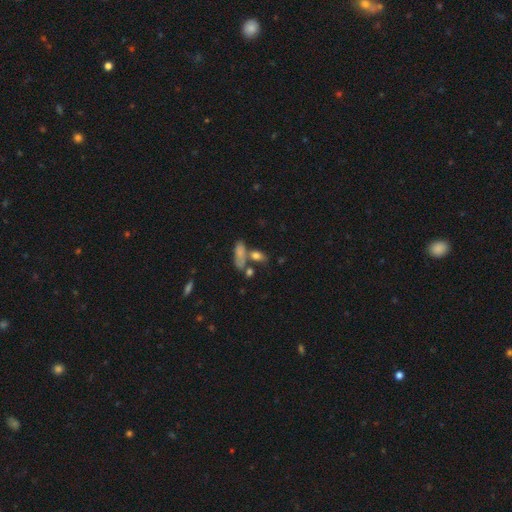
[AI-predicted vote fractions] smooth 71%, featured or disk 17%, star or artifact 12%. Down the decision tree: how rounded — in between (70%); merging — none (46%).